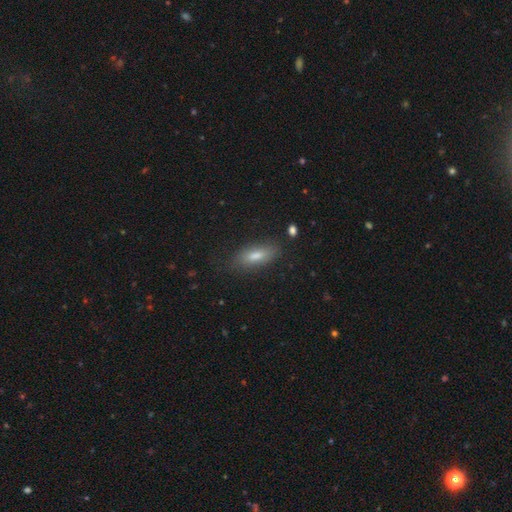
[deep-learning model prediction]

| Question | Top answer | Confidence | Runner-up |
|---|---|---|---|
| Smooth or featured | smooth | 71% | featured or disk (19%) |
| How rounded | in between | 63% | cigar-shaped (34%) |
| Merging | none | 80% | minor disturbance (14%) |